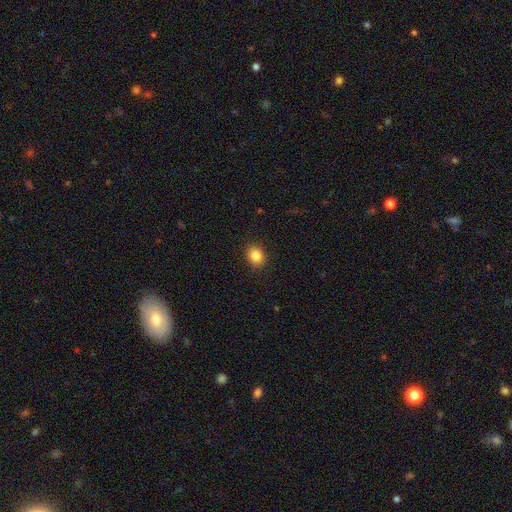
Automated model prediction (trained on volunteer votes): This appears to be a smooth galaxy with no disk features (85%) that is round (61%). Merging: none (91%).